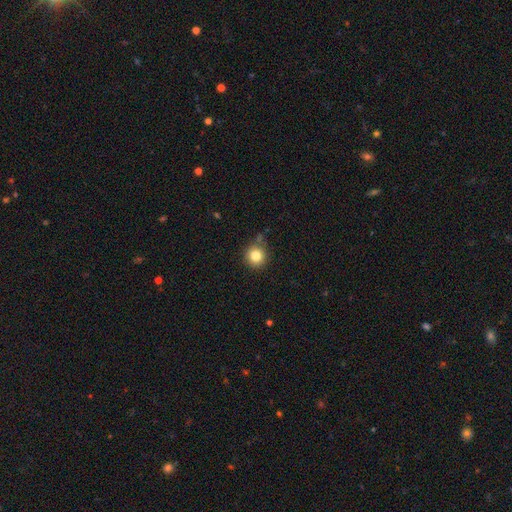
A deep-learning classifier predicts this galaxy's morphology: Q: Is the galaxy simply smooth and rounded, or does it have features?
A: smooth — 82%.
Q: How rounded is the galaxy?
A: round — 93%.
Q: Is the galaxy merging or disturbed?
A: none — 81%.